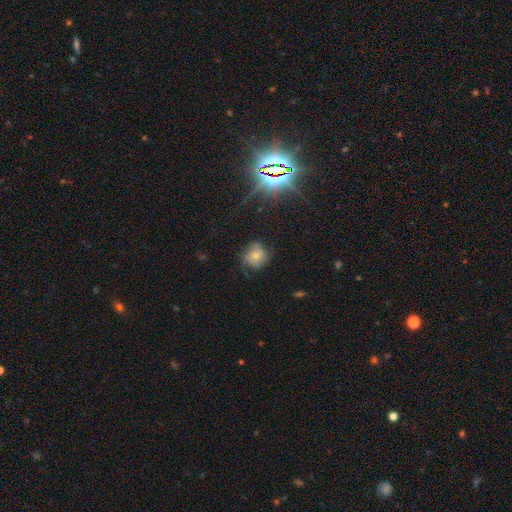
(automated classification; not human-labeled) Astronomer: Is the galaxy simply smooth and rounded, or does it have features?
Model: smooth — 43% (runner-up: featured or disk, 42%).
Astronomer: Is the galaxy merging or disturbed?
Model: none — 63%.